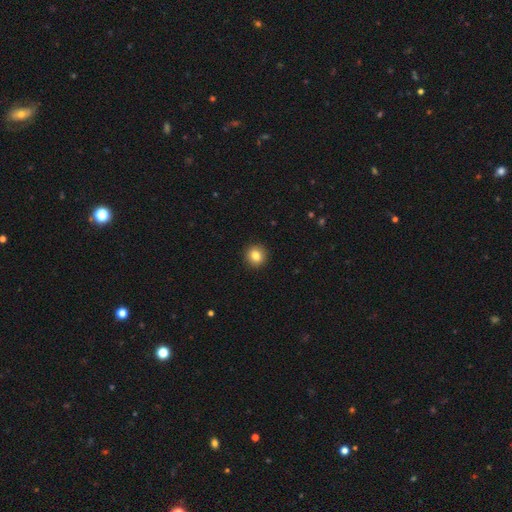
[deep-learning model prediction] Smooth or featured? Predicted: smooth (p=0.83). How rounded? Predicted: round (p=0.93). Merging? Predicted: none (p=0.93).